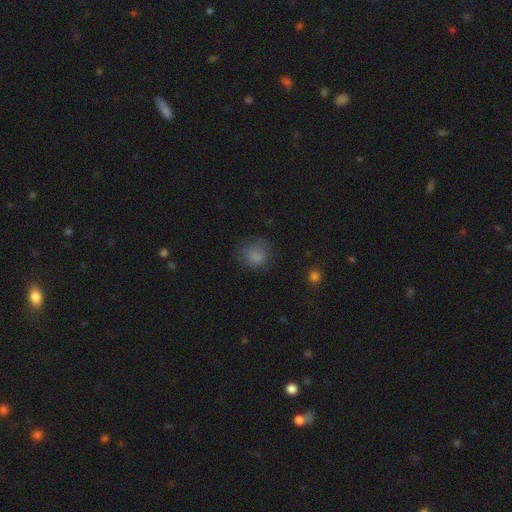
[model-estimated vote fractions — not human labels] Morphology: type=smooth (80%); roundness=round (77%); merging=none (67%).